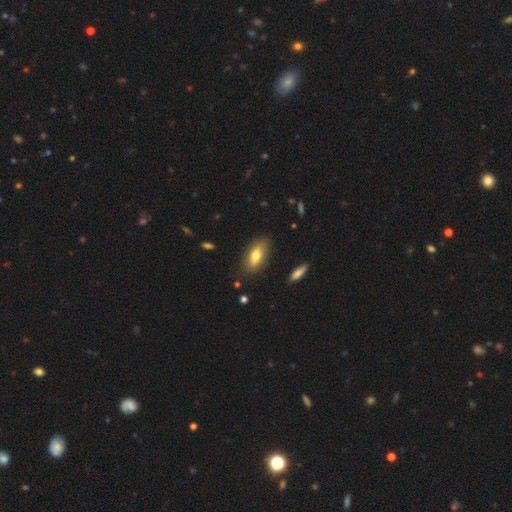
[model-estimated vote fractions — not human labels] smooth 74%, featured or disk 18%, star or artifact 7%. Down the decision tree: how rounded — in between (85%); merging — none (82%).